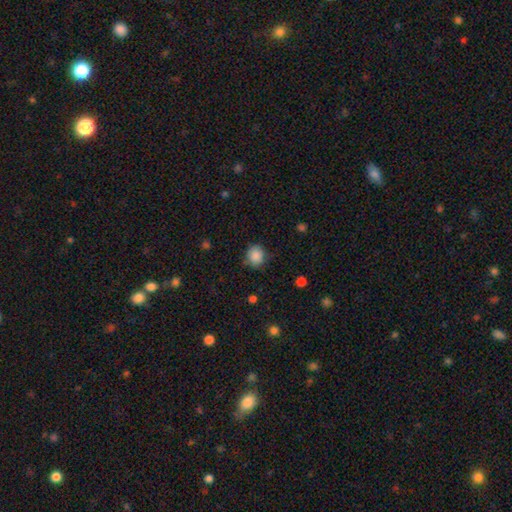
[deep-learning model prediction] Q: Smooth or featured?
A: smooth (87%); runner-up: star or artifact (9%)
Q: How rounded?
A: round (78%); runner-up: in between (21%)
Q: Merging?
A: none (77%); runner-up: minor disturbance (17%)